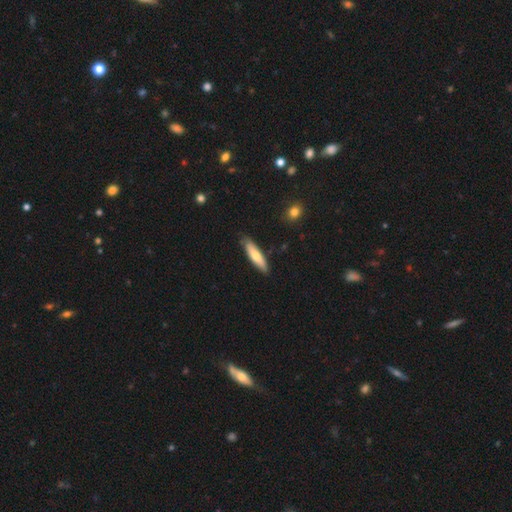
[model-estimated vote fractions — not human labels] The model was most divided on "smooth or featured": smooth: 68%, featured or disk: 27%, star or artifact: 5%. More confident: merging — none (85%); how rounded — cigar-shaped (72%).